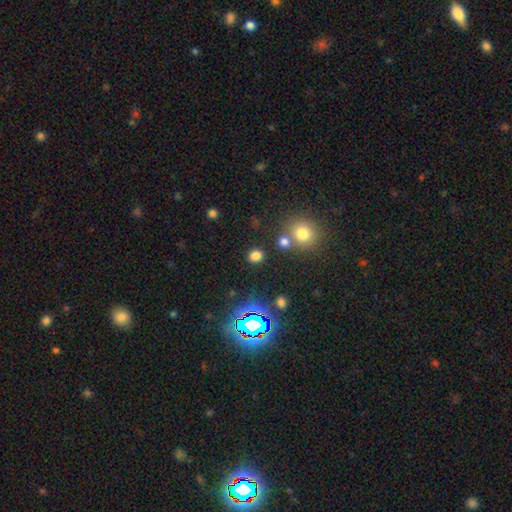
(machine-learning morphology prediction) smooth 73%, star or artifact 22%, featured or disk 5%. Down the decision tree: how rounded — round (69%); merging — none (82%).